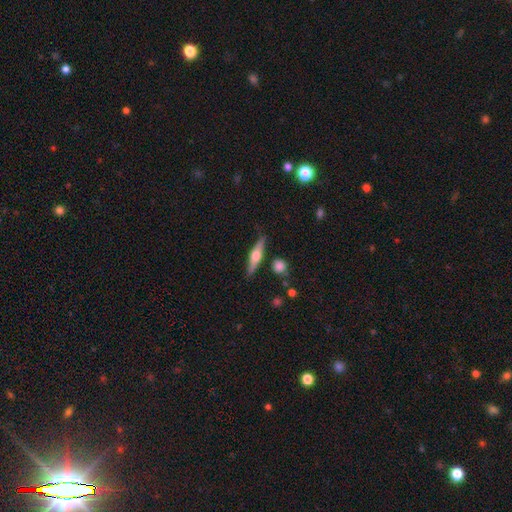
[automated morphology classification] Smooth or featured?
  - featured or disk: 61% *
  - smooth: 33%
  - star or artifact: 6%
Edge-on disk?
  - yes: 96% *
  - no: 4%
Edge-on bulge?
  - rounded: 93% *
  - boxy: 5%
  - none: 3%
Merging?
  - none: 84% *
  - minor disturbance: 10%
  - merger: 4%
  - major disturbance: 2%